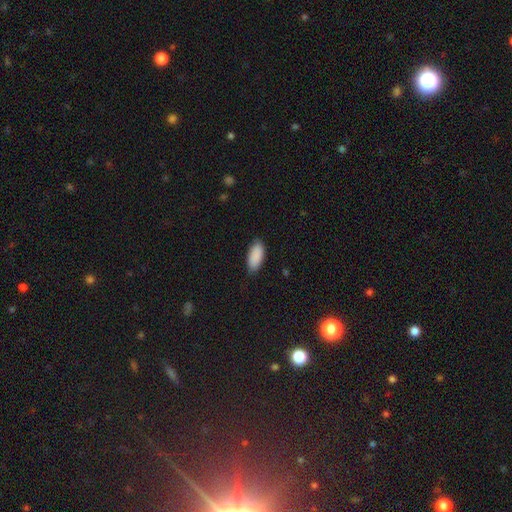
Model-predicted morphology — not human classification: smooth-or-featured: smooth: 91% | star or artifact: 6% | featured or disk: 3%
  how-rounded: in between: 89% | cigar-shaped: 9% | round: 2%
  merging: none: 83% | minor disturbance: 14% | major disturbance: 2% | merger: 1%